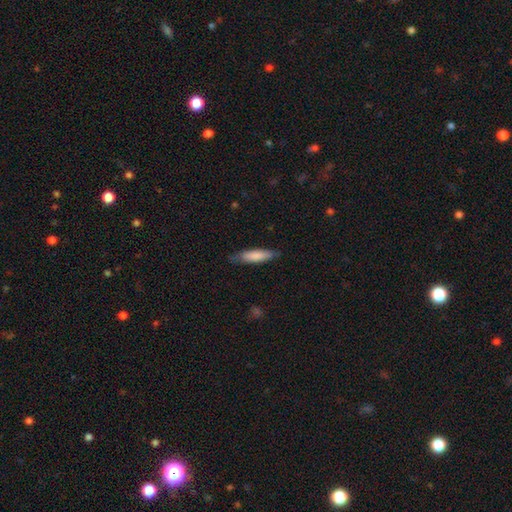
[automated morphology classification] A smooth galaxy with no disk features (80%) that is cigar-shaped (69%). Merging: none (76%).